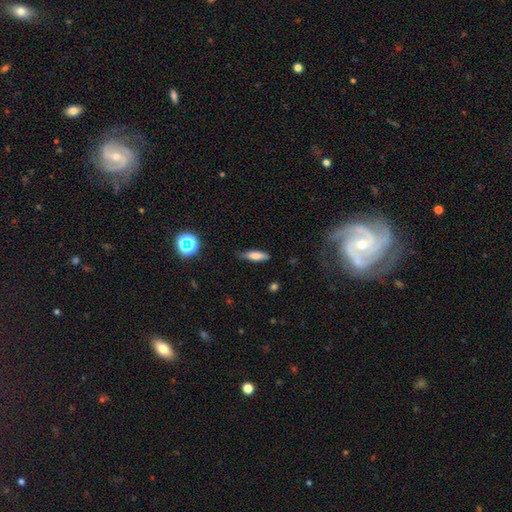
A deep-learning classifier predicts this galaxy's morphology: type=smooth (69%); roundness=cigar-shaped (60%); merging=none (75%).